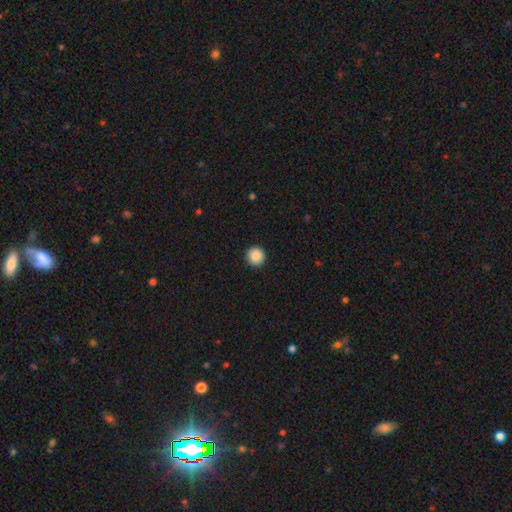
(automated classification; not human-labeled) Morphology: type=smooth (89%); roundness=round (96%); merging=none (93%).